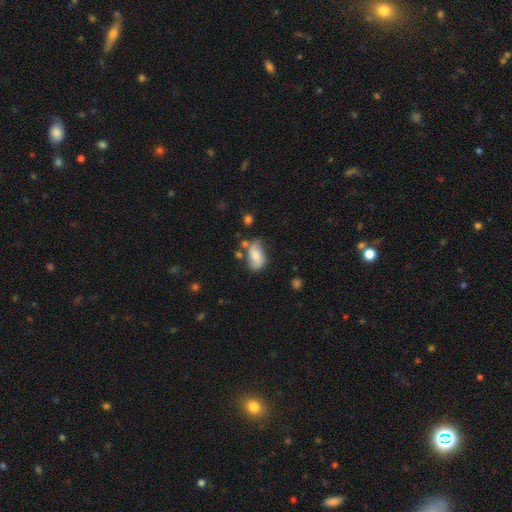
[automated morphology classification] smooth 63%, featured or disk 29%, star or artifact 8%. Down the decision tree: how rounded — in between (90%); merging — none (51%).